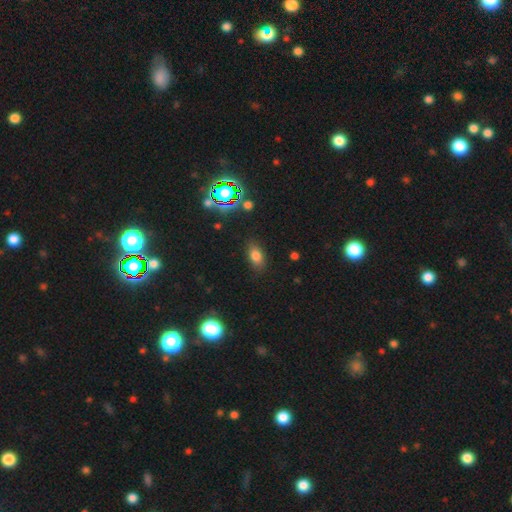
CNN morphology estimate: Smooth or featured? smooth (74%)
How rounded? in between (84%)
Merging? none (82%)